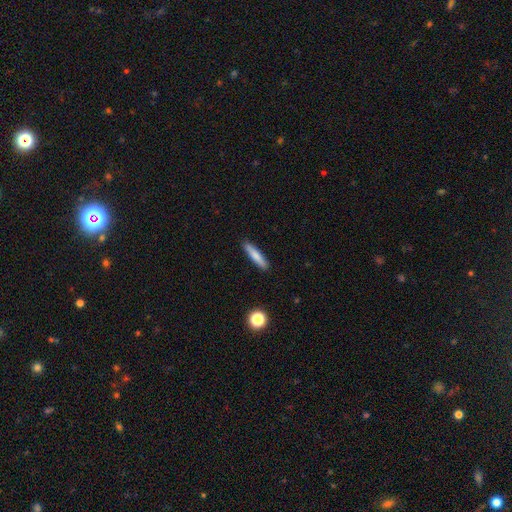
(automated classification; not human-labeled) Smooth or featured: smooth — 77% (featured or disk — 17%)
How rounded: cigar-shaped — 88% (in between — 10%)
Merging: none — 89% (minor disturbance — 8%)